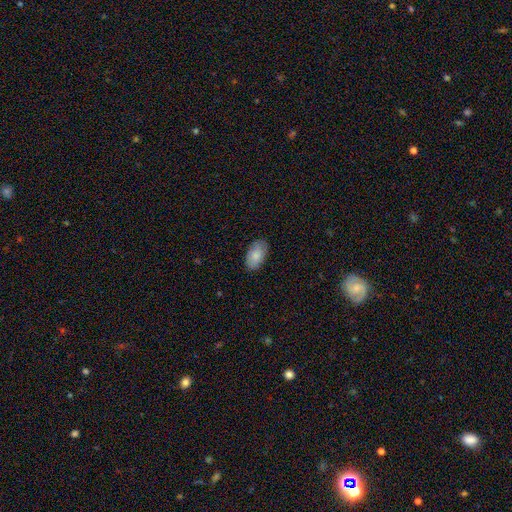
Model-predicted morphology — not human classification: Smooth or featured? smooth (84%)
How rounded? in between (94%)
Merging? none (84%)